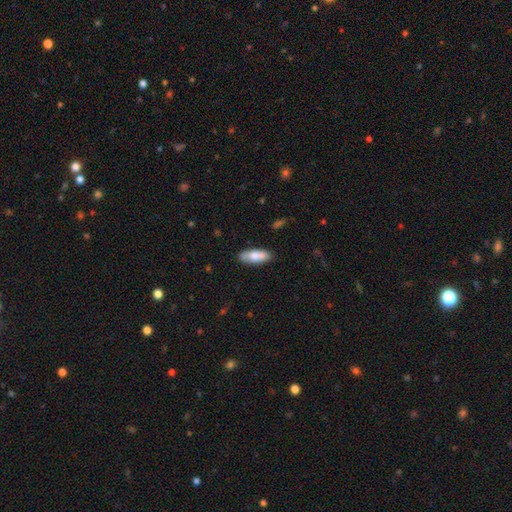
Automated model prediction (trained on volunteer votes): Smooth or featured: smooth — 74% (featured or disk — 20%)
How rounded: in between — 72% (cigar-shaped — 26%)
Merging: none — 80% (minor disturbance — 14%)